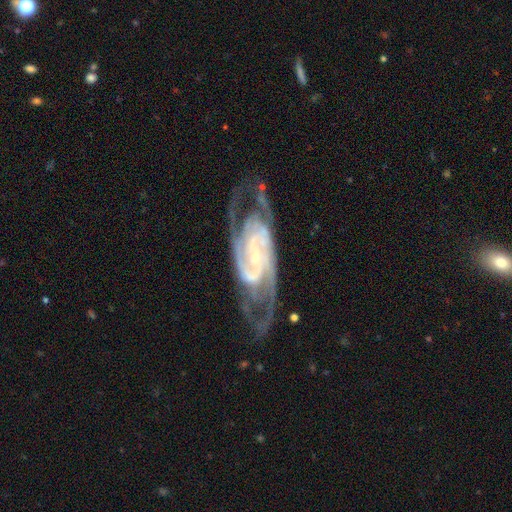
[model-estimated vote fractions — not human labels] The model was most divided on "spiral winding": tight: 47%, medium: 45%, loose: 9%. Remaining: spiral arms — yes (98%); edge-on disk — no (94%); smooth or featured — featured or disk (92%); bulge size — small (78%); merging — none (69%); spiral arm count — 2 (64%); bar — weak (38%).